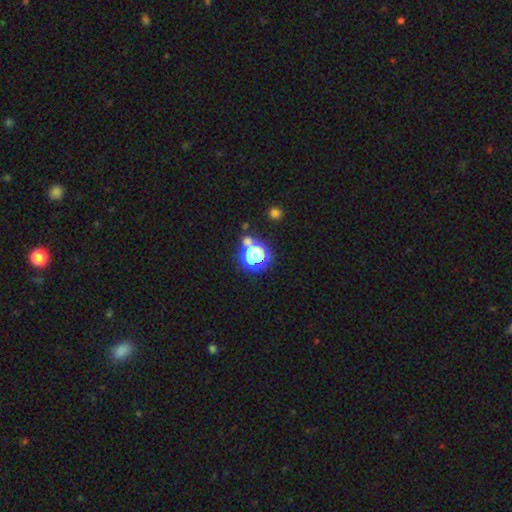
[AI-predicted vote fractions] A star or artifact, not a galaxy (49%).